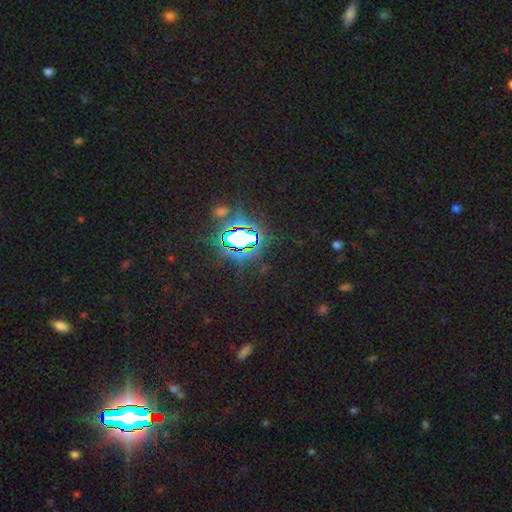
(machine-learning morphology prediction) Smooth or featured? Predicted: star or artifact (p=0.80).